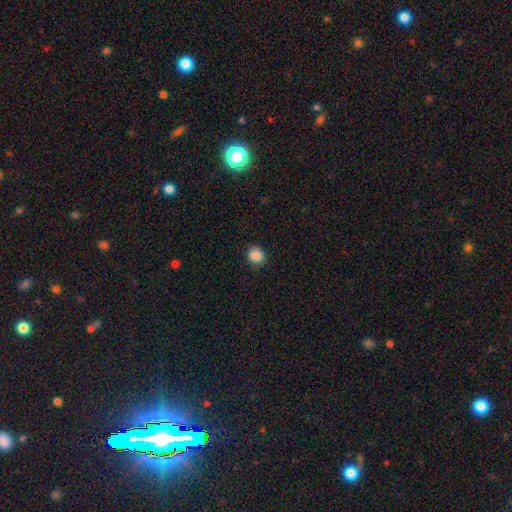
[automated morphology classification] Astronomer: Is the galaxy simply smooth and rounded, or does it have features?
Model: smooth — 86%.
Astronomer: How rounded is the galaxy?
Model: round — 74%.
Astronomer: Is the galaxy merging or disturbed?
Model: none — 85%.